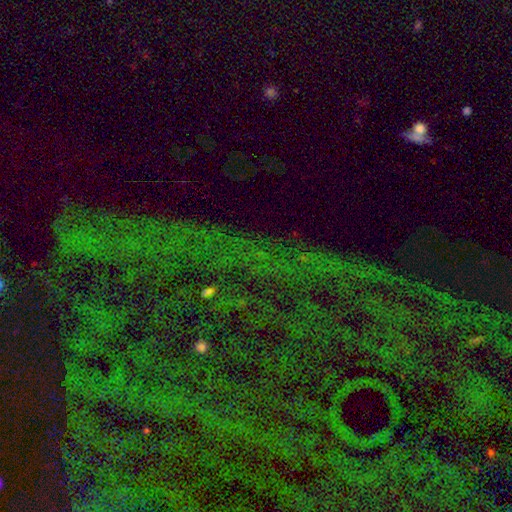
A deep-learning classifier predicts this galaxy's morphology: A star or artifact, not a galaxy (78%).

Vote fractions:
- Smooth or featured? star or artifact: 78% / featured or disk: 11% / smooth: 10%